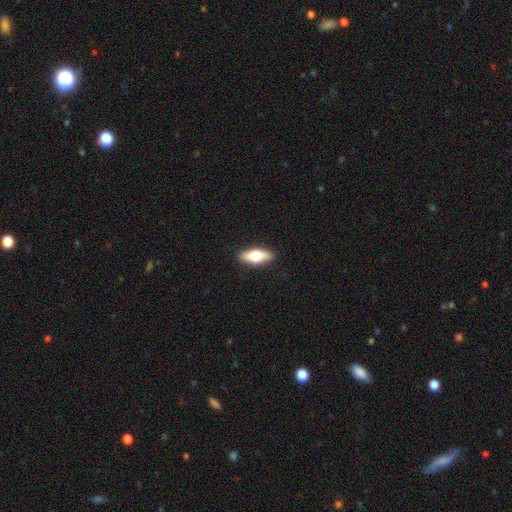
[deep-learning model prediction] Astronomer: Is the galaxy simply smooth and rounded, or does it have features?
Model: smooth — 60%.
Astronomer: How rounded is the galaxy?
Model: in between — 65%.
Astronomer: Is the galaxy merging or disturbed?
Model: none — 90%.